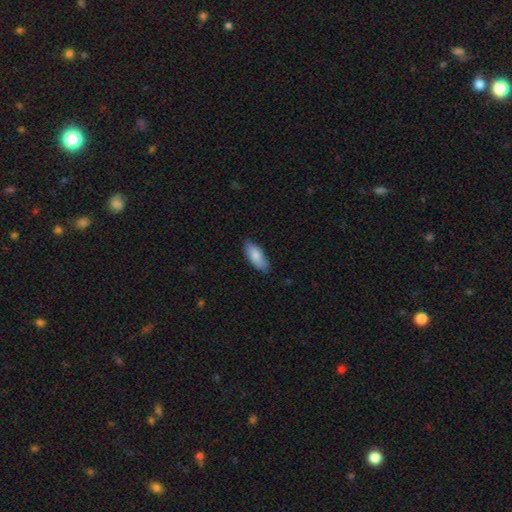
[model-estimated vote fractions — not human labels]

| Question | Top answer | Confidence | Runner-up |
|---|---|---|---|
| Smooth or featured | smooth | 84% | featured or disk (10%) |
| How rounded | in between | 82% | cigar-shaped (16%) |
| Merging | none | 81% | minor disturbance (15%) |